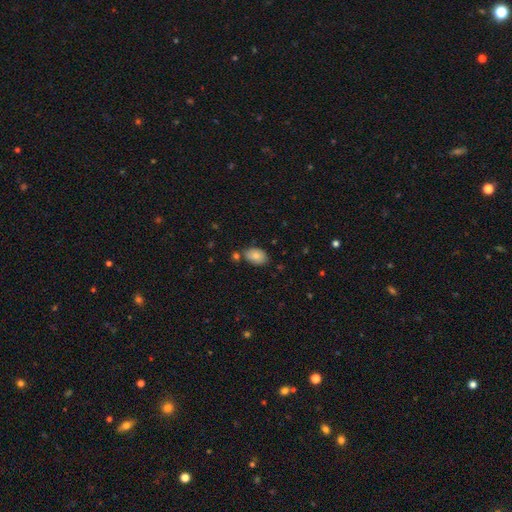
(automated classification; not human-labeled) Overall: smooth (81%). How rounded: in between (86%). Merging: none (72%).